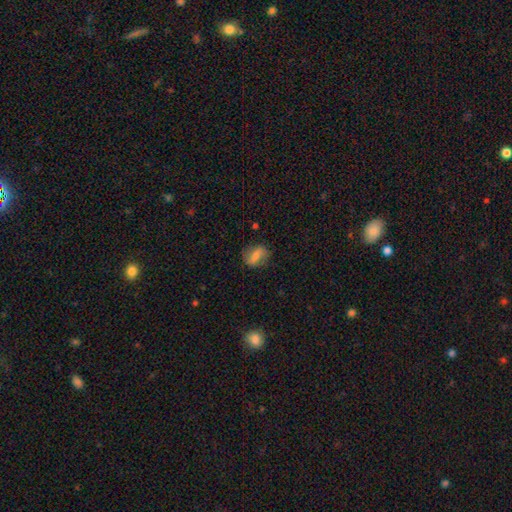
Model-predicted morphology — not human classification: The model was most divided on "smooth or featured": smooth: 62%, featured or disk: 29%, star or artifact: 9%. More confident: merging — none (74%); how rounded — in between (69%).